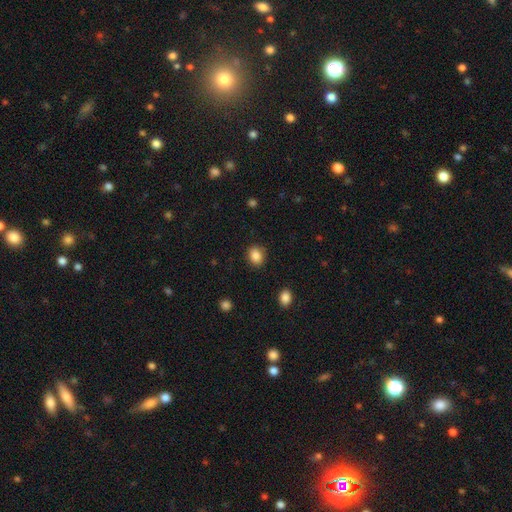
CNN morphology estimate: type=smooth (86%); roundness=round (54%); merging=none (87%).